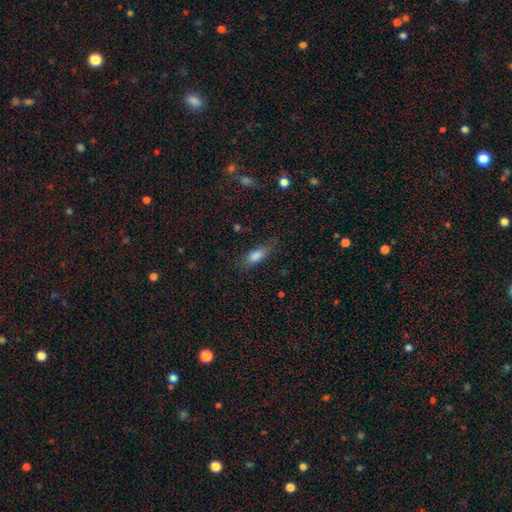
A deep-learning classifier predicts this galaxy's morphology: smooth-or-featured: smooth: 79% | featured or disk: 11% | star or artifact: 10%
  how-rounded: in between: 72% | cigar-shaped: 25% | round: 4%
  merging: none: 67% | minor disturbance: 23% | major disturbance: 8% | merger: 2%